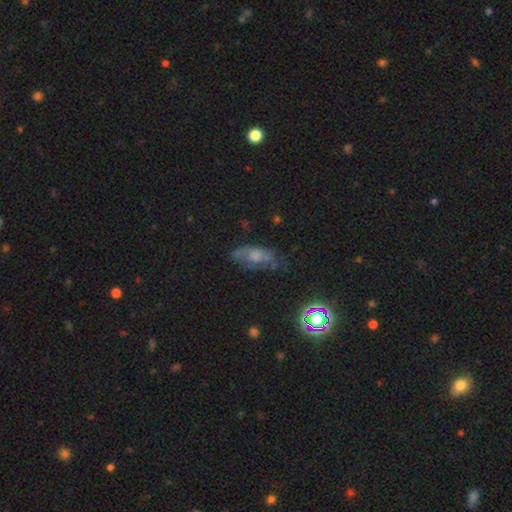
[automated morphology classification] This appears to be a featured or disk galaxy (42%). Merging: none (53%).